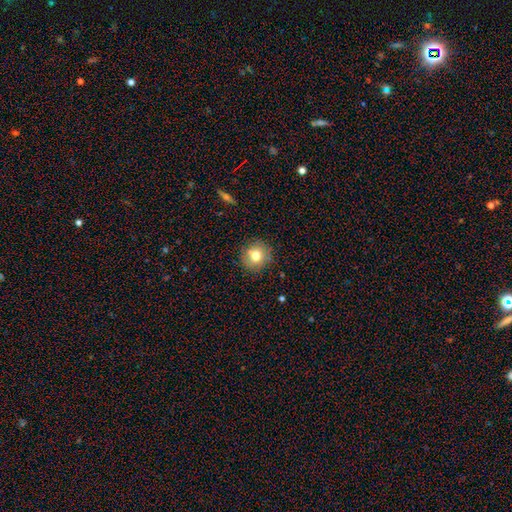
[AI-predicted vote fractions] smooth_or_featured: smooth (p=0.75) [alt: featured or disk p=0.14]
how_rounded: round (p=0.89) [alt: in between p=0.10]
merging: none (p=0.85) [alt: minor disturbance p=0.10]